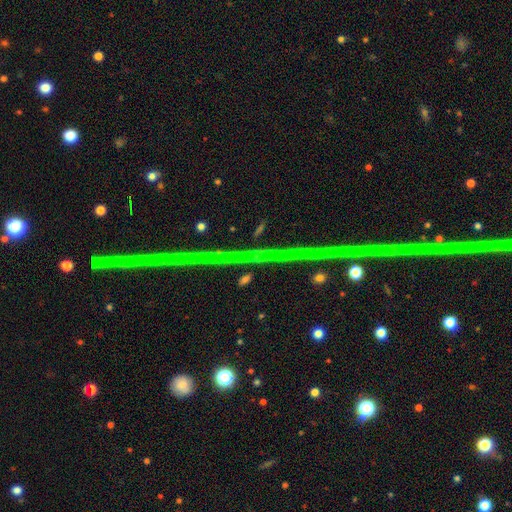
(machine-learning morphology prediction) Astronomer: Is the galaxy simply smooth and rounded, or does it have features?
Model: star or artifact — 82%.